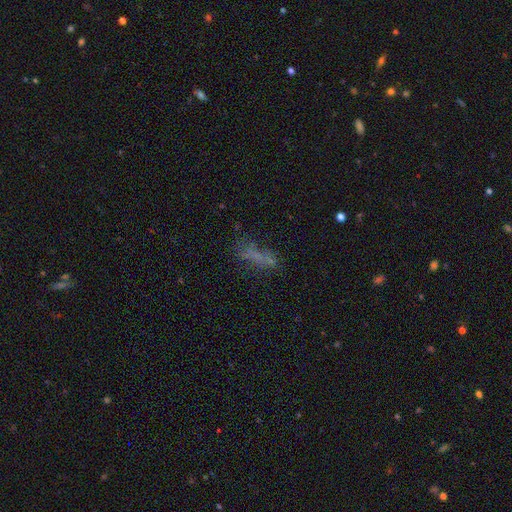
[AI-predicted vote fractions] A smooth galaxy with no disk features (47%).

Vote fractions:
- Smooth or featured? smooth: 47% / featured or disk: 28% / star or artifact: 24%
- Merging? none: 47% / major disturbance: 22% / minor disturbance: 19% / merger: 11%